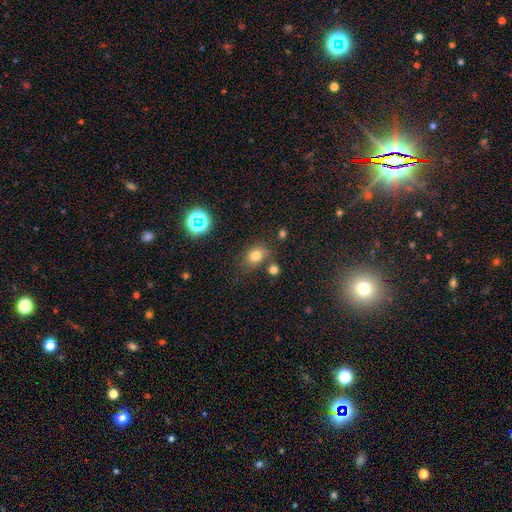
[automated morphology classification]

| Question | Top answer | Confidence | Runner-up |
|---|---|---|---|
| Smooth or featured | smooth | 77% | star or artifact (15%) |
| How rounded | in between | 56% | round (43%) |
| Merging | none | 69% | minor disturbance (15%) |